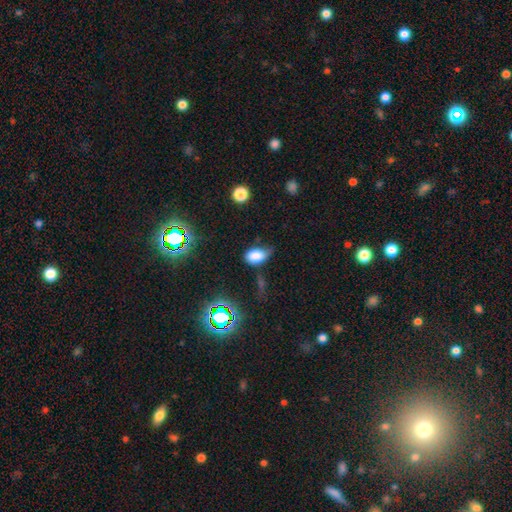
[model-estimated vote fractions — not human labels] smooth_or_featured: smooth (p=0.78) [alt: star or artifact p=0.13]
how_rounded: in between (p=0.86) [alt: round p=0.12]
merging: none (p=0.43) [alt: minor disturbance p=0.38]